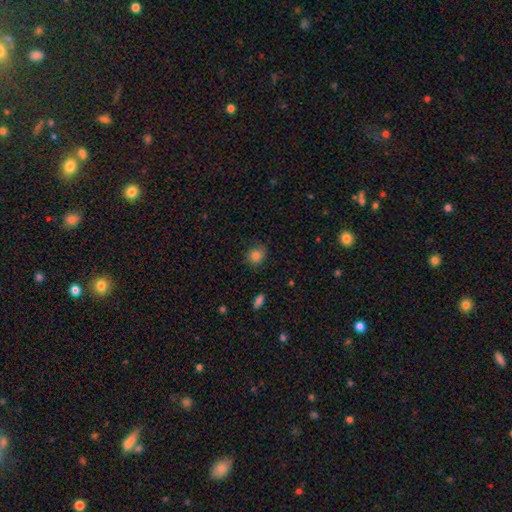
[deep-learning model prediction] smooth 83%, star or artifact 11%, featured or disk 6%. Down the decision tree: how rounded — round (76%); merging — none (79%).